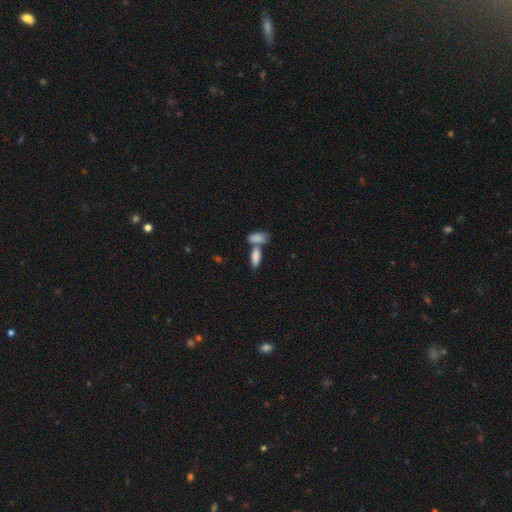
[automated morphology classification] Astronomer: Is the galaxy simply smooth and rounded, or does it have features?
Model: smooth — 83%.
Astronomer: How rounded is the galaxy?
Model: in between — 82%.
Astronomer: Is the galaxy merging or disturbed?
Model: merger — 50% (runner-up: none, 38%).